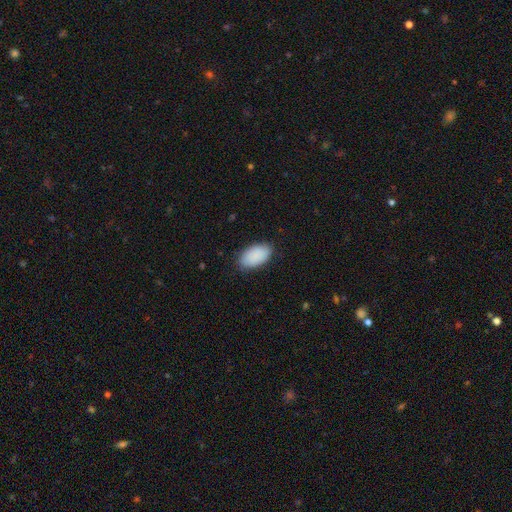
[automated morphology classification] type=smooth (90%); roundness=in between (95%); merging=none (85%).